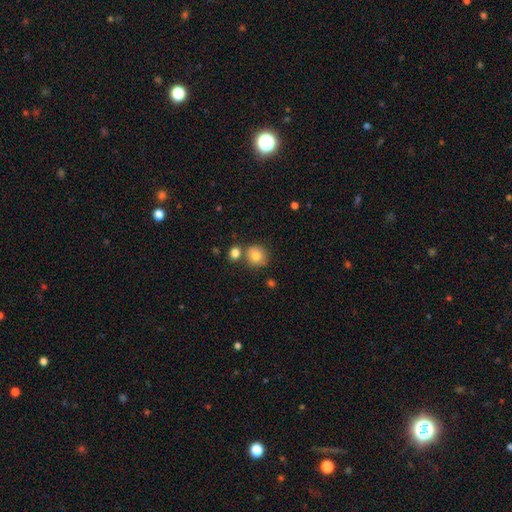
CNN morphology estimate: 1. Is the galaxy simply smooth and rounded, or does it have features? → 79% smooth, 10% featured or disk, 10% star or artifact.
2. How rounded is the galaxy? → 83% round, 16% in between, 1% cigar-shaped.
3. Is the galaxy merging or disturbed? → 66% none, 18% merger, 13% minor disturbance, 3% major disturbance.